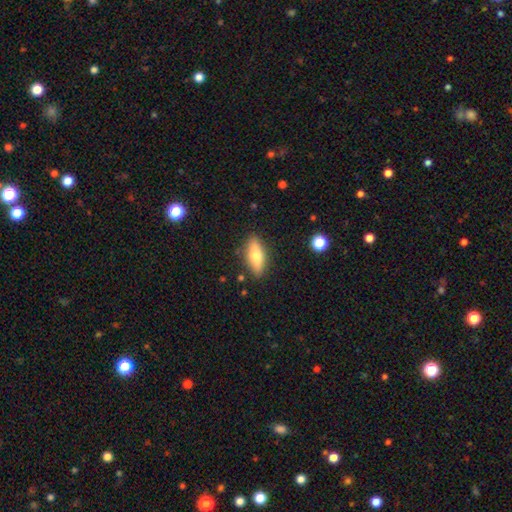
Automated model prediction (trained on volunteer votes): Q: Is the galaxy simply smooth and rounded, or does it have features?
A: smooth — 62%.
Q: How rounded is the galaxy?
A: in between — 65%.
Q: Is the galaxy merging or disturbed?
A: none — 85%.